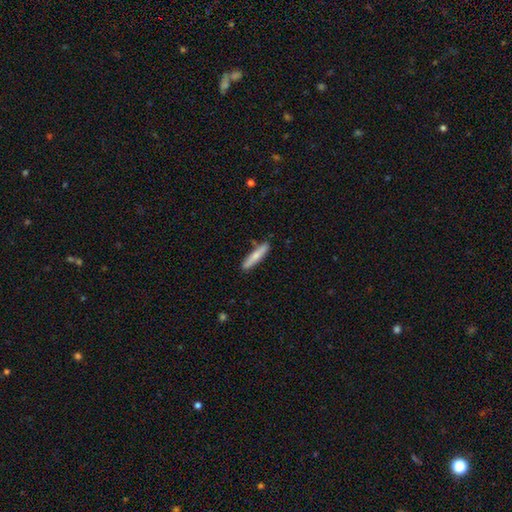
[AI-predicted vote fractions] smooth_or_featured: smooth (p=0.68) [alt: featured or disk p=0.26]
how_rounded: cigar-shaped (p=0.86) [alt: in between p=0.12]
merging: none (p=0.85) [alt: minor disturbance p=0.11]